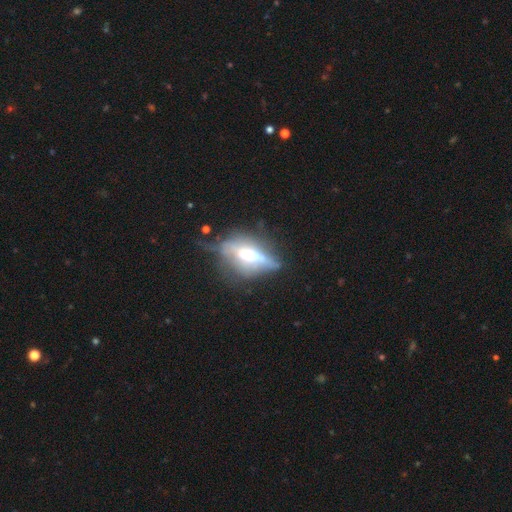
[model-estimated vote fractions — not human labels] A featured or disk galaxy (61%) viewed edge-on (54%). Merging: none (36%).